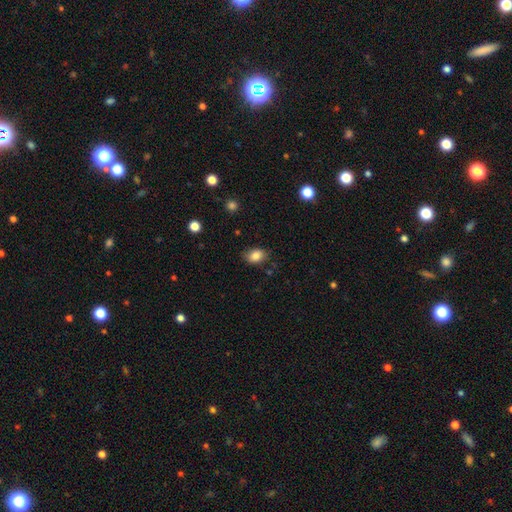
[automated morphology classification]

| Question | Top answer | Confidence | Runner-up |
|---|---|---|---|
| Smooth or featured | smooth | 84% | star or artifact (9%) |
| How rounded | in between | 73% | round (25%) |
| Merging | none | 78% | minor disturbance (16%) |